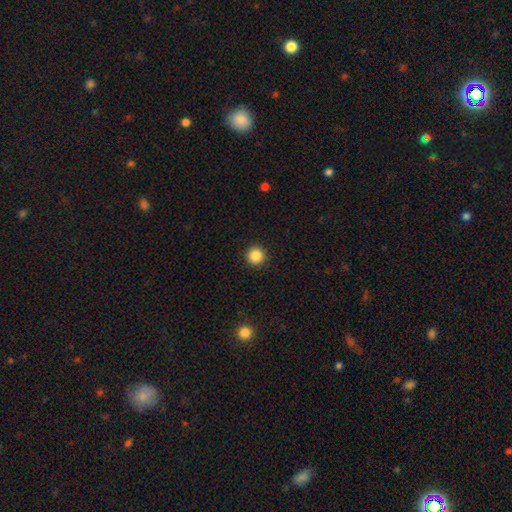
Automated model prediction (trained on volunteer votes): Smooth or featured?
  - smooth: 86% *
  - star or artifact: 10%
  - featured or disk: 3%
How rounded?
  - round: 96% *
  - in between: 3%
  - cigar-shaped: 1%
Merging?
  - none: 92% *
  - minor disturbance: 5%
  - major disturbance: 2%
  - merger: 1%